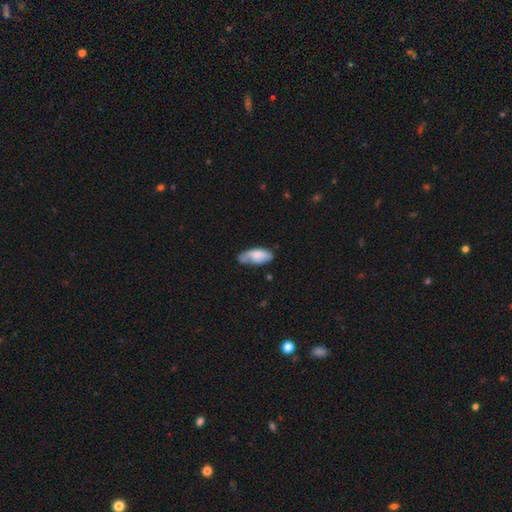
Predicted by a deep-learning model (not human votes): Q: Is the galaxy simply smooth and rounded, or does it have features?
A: smooth — 68%.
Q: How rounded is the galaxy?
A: in between — 84%.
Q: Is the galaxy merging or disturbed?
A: none — 44%.